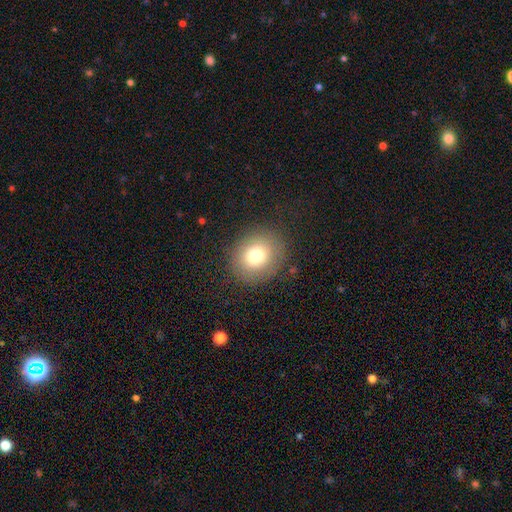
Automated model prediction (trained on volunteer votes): smooth 75%, star or artifact 13%, featured or disk 12%. Down the decision tree: how rounded — round (80%); merging — none (86%).